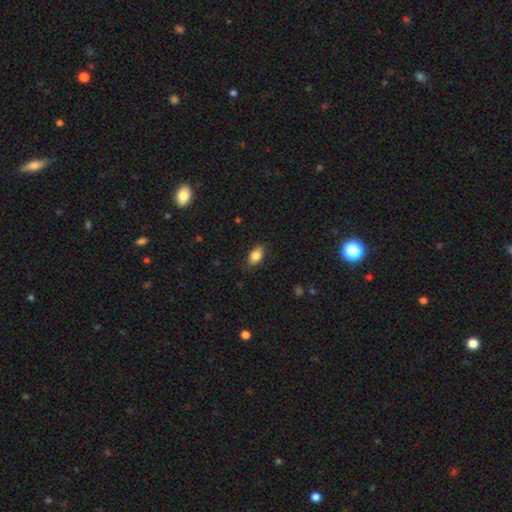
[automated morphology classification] This is clearly a smooth galaxy (84%). How rounded: clearly in between (89%). Merging: clearly none (83%).